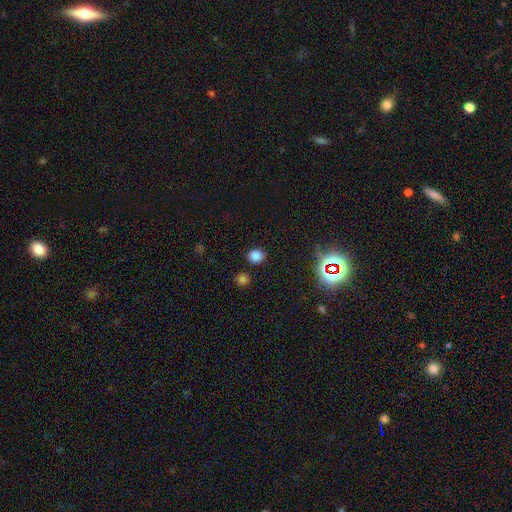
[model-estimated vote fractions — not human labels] The model was most divided on "how rounded": round: 71%, in between: 28%, cigar-shaped: 1%. More confident: merging — none (86%); smooth or featured — smooth (81%).